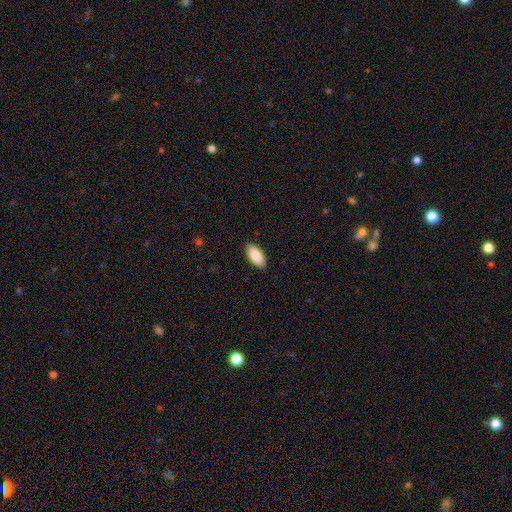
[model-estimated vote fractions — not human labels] A smooth galaxy with no disk features (87%) that is in between round and cigar-shaped (93%).

Vote fractions:
- Smooth or featured? smooth: 87% / featured or disk: 7% / star or artifact: 6%
- How rounded? in between: 93% / cigar-shaped: 6% / round: 2%
- Merging? none: 90% / minor disturbance: 8% / major disturbance: 2% / merger: 1%